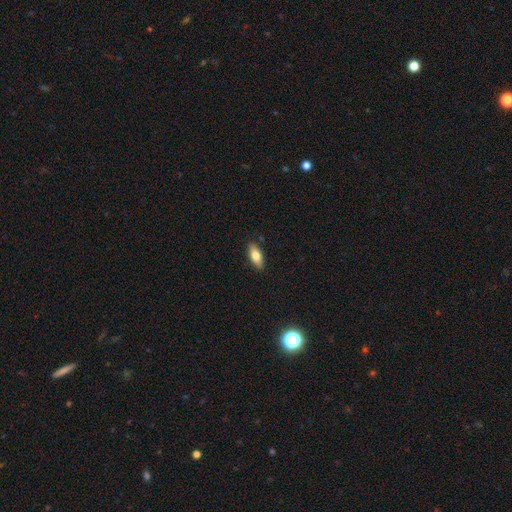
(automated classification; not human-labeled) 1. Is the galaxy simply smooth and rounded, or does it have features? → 77% smooth, 17% featured or disk, 7% star or artifact.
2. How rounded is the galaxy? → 83% in between, 15% cigar-shaped, 3% round.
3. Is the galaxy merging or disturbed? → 88% none, 9% minor disturbance, 2% major disturbance, 1% merger.